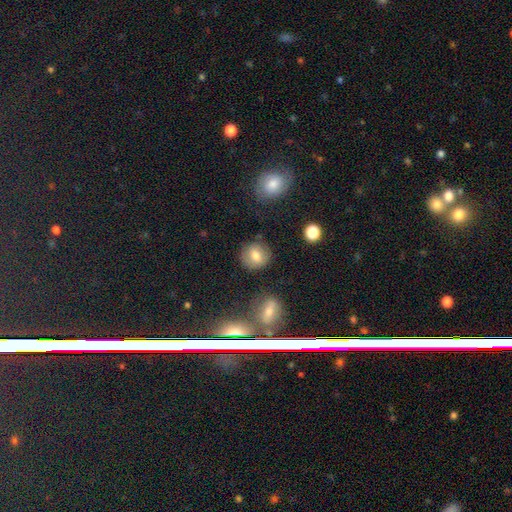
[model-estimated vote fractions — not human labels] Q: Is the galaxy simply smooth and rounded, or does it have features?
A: smooth — 75%.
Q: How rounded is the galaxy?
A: round — 83%.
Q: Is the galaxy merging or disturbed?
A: none — 82%.